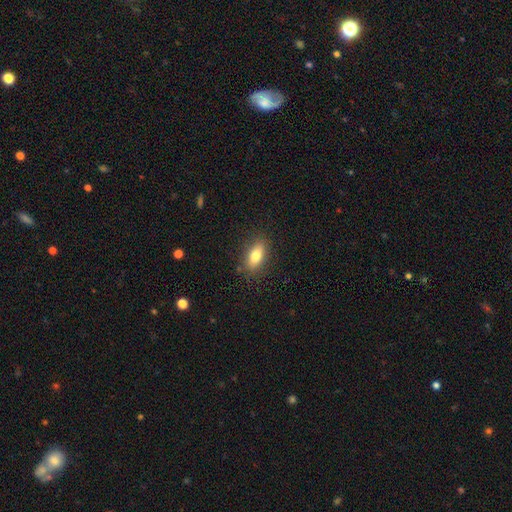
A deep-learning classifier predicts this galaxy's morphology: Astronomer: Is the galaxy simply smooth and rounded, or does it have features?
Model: smooth — 78%.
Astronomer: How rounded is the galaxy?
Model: in between — 80%.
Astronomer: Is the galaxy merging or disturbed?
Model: none — 85%.